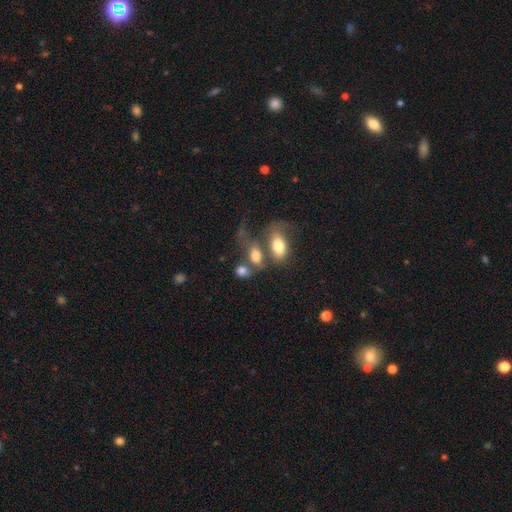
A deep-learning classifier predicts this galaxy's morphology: type=smooth (73%); roundness=in between (83%); merging=merger (50%).